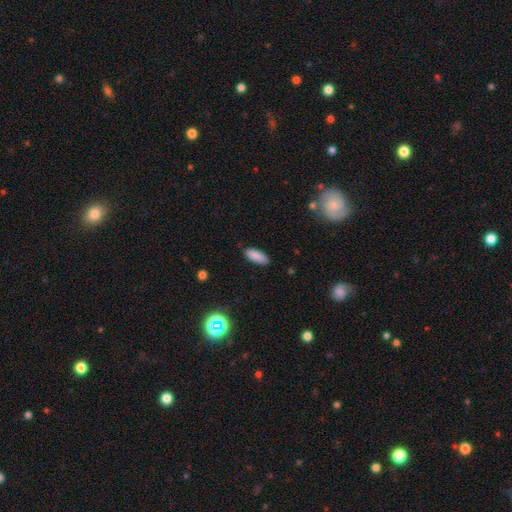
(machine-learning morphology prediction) The model was most divided on "how rounded": in between: 78%, cigar-shaped: 21%, round: 2%. More confident: smooth or featured — smooth (87%); merging — none (84%).